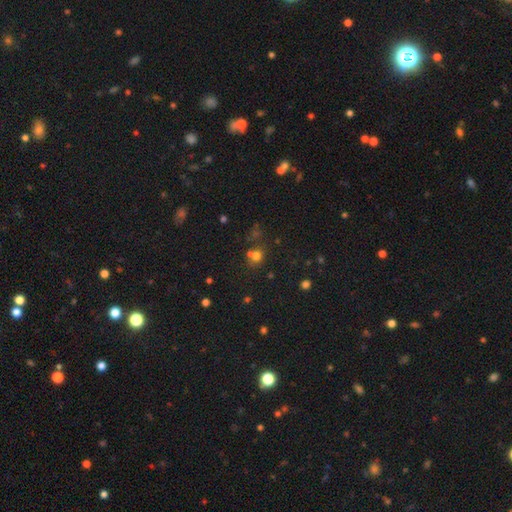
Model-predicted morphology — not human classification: Q: Smooth or featured?
A: smooth (67%); runner-up: star or artifact (22%)
Q: How rounded?
A: round (80%); runner-up: in between (19%)
Q: Merging?
A: none (54%); runner-up: merger (30%)